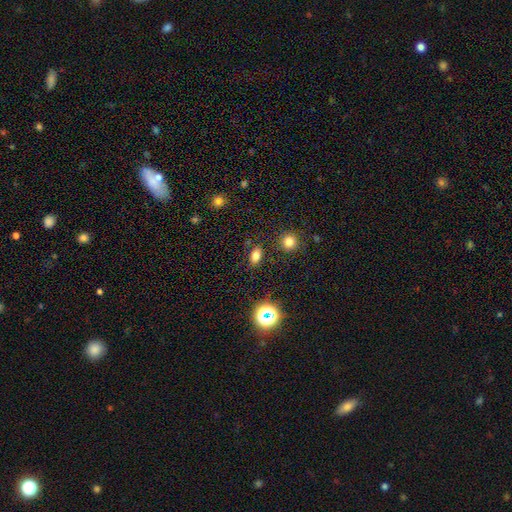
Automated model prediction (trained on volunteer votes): smooth_or_featured: smooth (p=0.76) [alt: star or artifact p=0.17]
how_rounded: in between (p=0.80) [alt: round p=0.17]
merging: none (p=0.86) [alt: minor disturbance p=0.09]